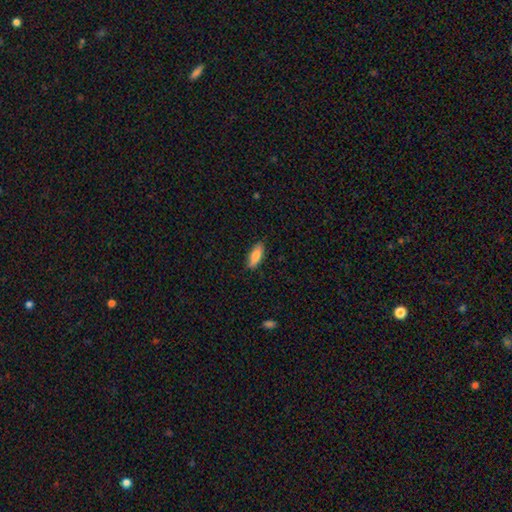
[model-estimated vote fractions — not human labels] Smooth or featured? smooth (82%)
How rounded? in between (74%)
Merging? none (83%)